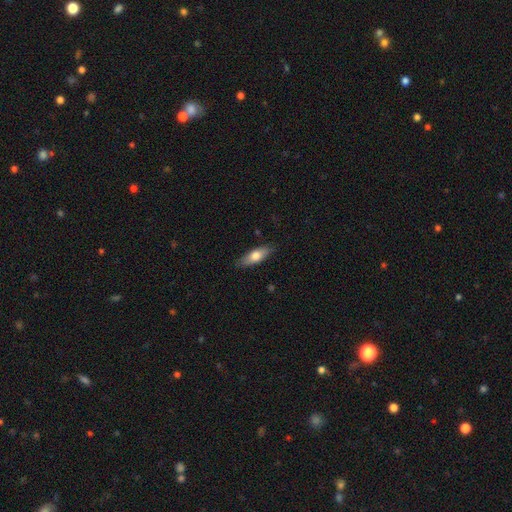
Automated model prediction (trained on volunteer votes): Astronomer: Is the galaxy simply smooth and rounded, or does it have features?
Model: smooth — 69%.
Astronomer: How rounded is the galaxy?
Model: in between — 65%.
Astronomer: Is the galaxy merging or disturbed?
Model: none — 84%.